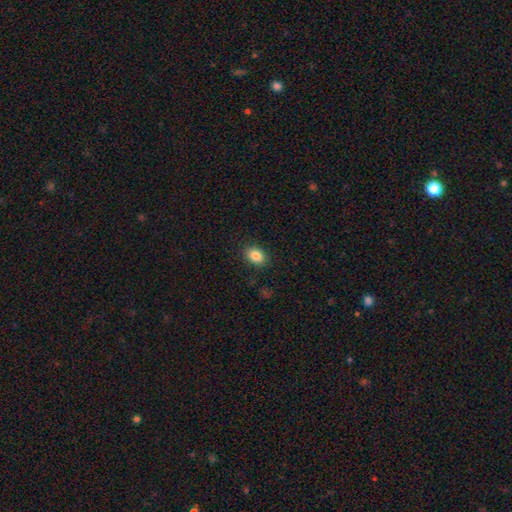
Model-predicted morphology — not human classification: type=smooth (86%); roundness=in between (75%); merging=none (88%).